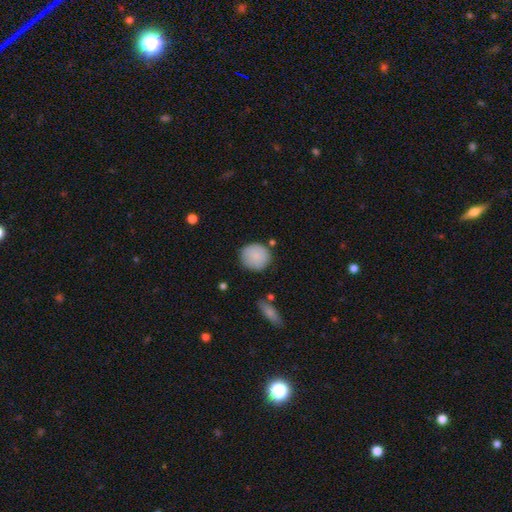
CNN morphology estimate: A smooth galaxy with no disk features (87%) that is round (90%).

Vote fractions:
- Smooth or featured? smooth: 87% / star or artifact: 7% / featured or disk: 6%
- How rounded? round: 90% / in between: 9% / cigar-shaped: 1%
- Merging? none: 81% / minor disturbance: 13% / major disturbance: 3% / merger: 3%